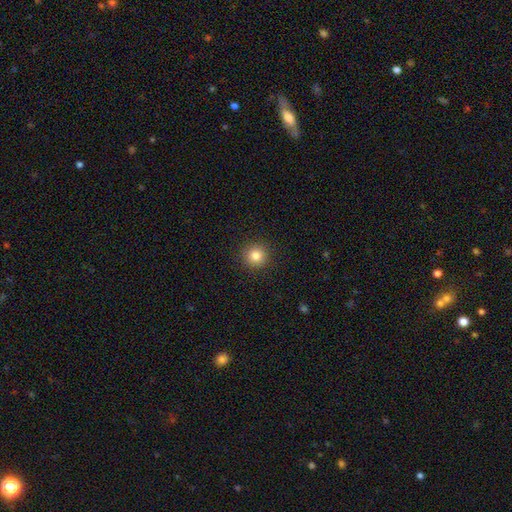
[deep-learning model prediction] Smooth or featured?
  - smooth: 83% *
  - star or artifact: 11%
  - featured or disk: 6%
How rounded?
  - round: 94% *
  - in between: 5%
  - cigar-shaped: 1%
Merging?
  - none: 92% *
  - minor disturbance: 5%
  - major disturbance: 2%
  - merger: 1%